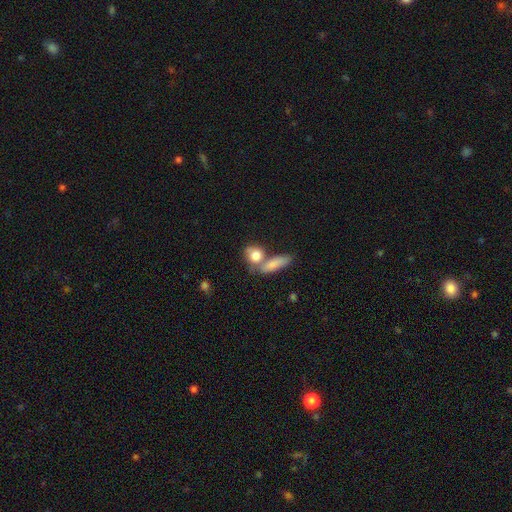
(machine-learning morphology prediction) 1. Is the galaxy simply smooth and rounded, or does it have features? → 79% smooth, 13% featured or disk, 8% star or artifact.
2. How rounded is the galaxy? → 48% round, 43% in between, 8% cigar-shaped.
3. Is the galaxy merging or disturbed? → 44% merger, 38% none, 12% minor disturbance, 6% major disturbance.